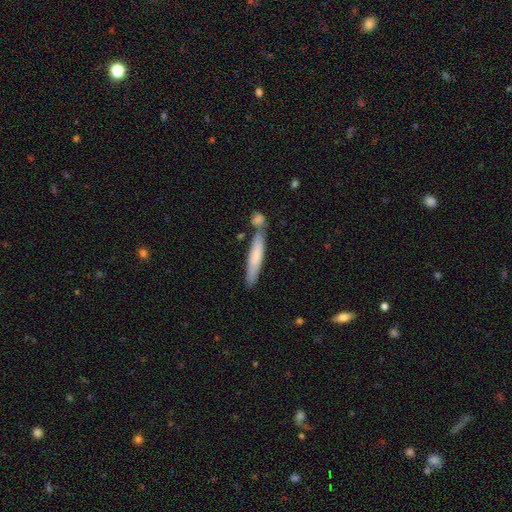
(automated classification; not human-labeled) This is likely a smooth galaxy (69%). How rounded: clearly cigar-shaped (91%). Merging: likely none (62%).